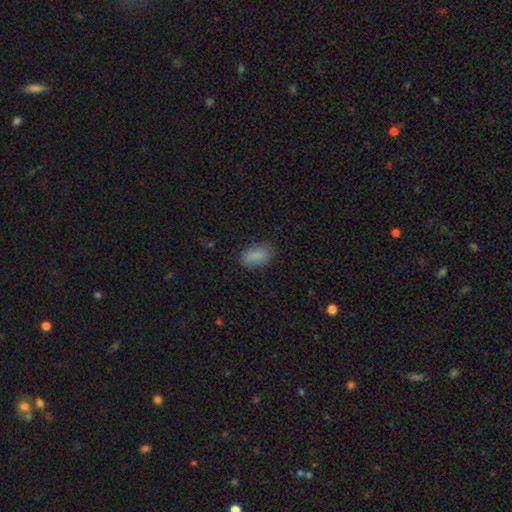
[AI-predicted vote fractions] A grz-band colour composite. It shows a smooth galaxy with no disk features (85%) that is in between round and cigar-shaped (90%). Merging: none (82%).